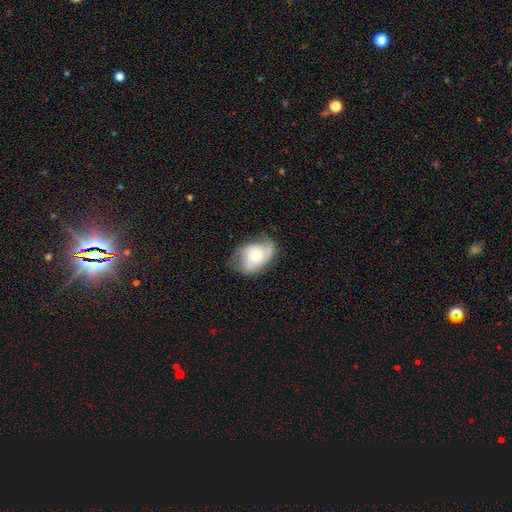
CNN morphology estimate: featured or disk 55%, smooth 38%, star or artifact 7%. Down the decision tree: edge-on disk — no (96%); bar — no (76%); spiral arms — yes (83%); bulge size — moderate (44%); merging — none (50%).